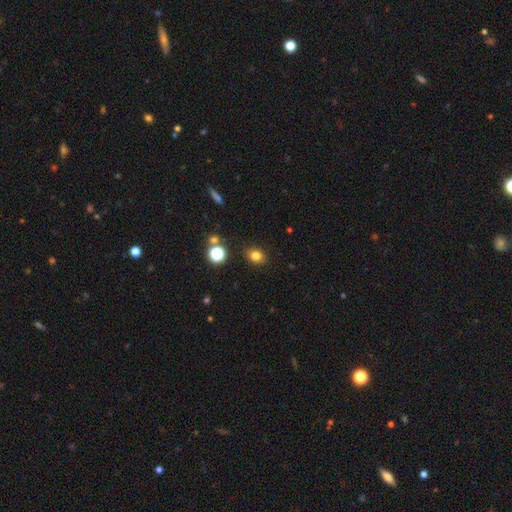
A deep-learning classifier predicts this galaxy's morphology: This appears to be a smooth galaxy with no disk features (79%) that is round (57%). Merging: none (87%).